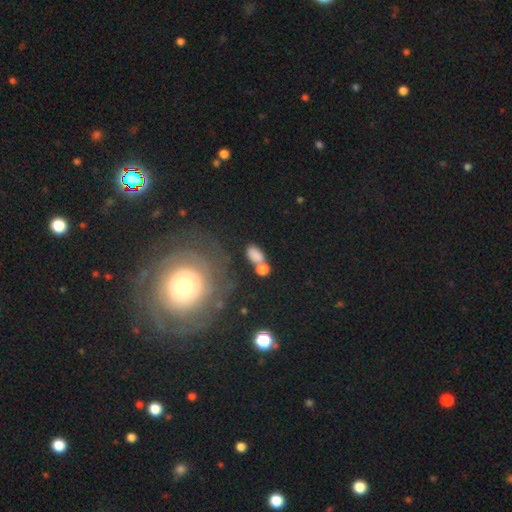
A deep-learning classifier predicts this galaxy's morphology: type=smooth (74%); roundness=in between (81%); merging=none (45%).